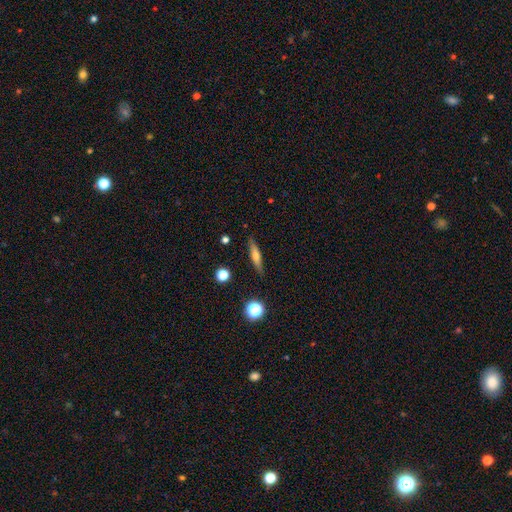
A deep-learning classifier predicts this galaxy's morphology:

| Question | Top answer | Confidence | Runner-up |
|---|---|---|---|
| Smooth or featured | smooth | 51% | featured or disk (41%) |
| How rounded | cigar-shaped | 81% | in between (15%) |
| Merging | none | 87% | minor disturbance (9%) |